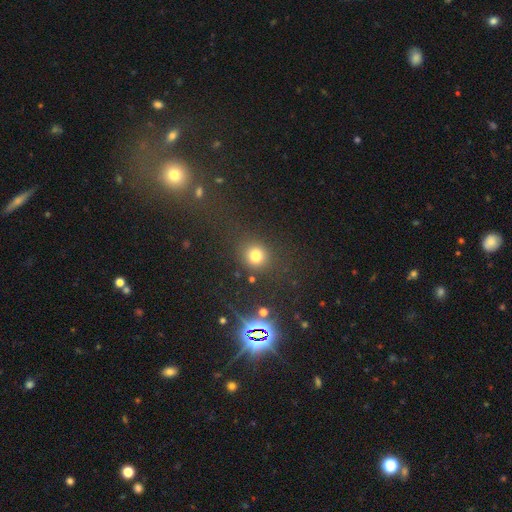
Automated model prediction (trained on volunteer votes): Smooth or featured?
  - smooth: 74% *
  - star or artifact: 19%
  - featured or disk: 7%
How rounded?
  - round: 82% *
  - in between: 16%
  - cigar-shaped: 1%
Merging?
  - none: 79% *
  - minor disturbance: 10%
  - major disturbance: 6%
  - merger: 5%